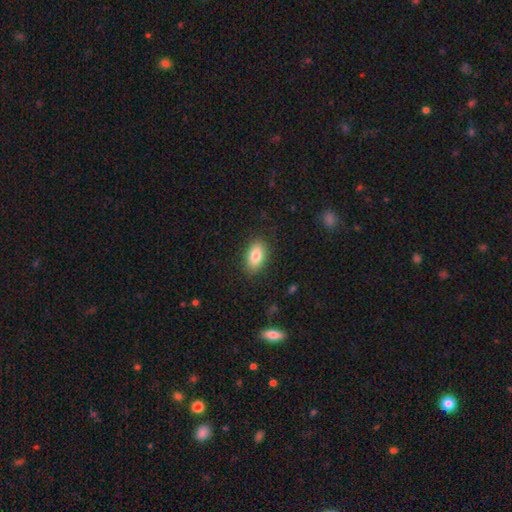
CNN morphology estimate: Smooth or featured: smooth — 82% (featured or disk — 10%)
How rounded: in between — 89% (round — 8%)
Merging: none — 87% (minor disturbance — 10%)